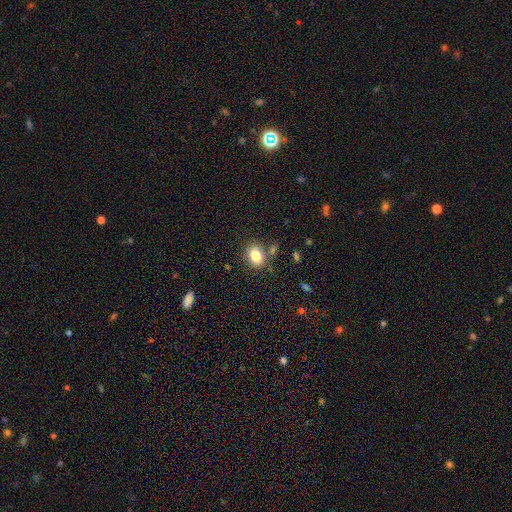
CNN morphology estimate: smooth_or_featured: smooth (p=0.81) [alt: star or artifact p=0.10]
how_rounded: in between (p=0.59) [alt: round p=0.40]
merging: none (p=0.75) [alt: minor disturbance p=0.12]